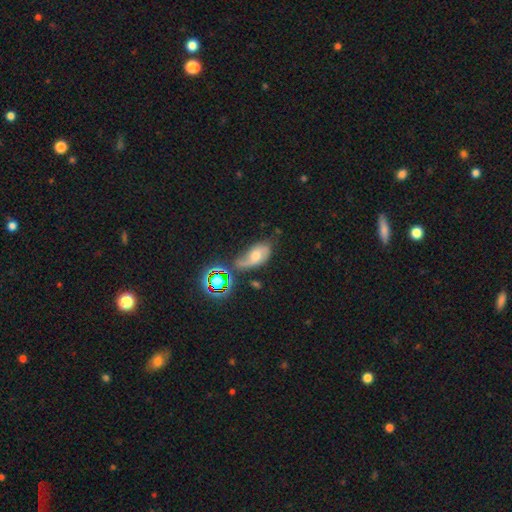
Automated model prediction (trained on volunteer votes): Q: Smooth or featured?
A: featured or disk (44%); runner-up: smooth (37%)
Q: Merging?
A: none (42%); runner-up: minor disturbance (30%)